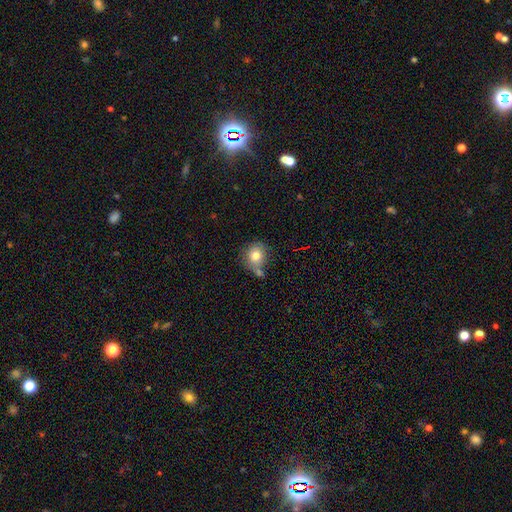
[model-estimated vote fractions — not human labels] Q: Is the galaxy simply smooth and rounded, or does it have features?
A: smooth — 78%.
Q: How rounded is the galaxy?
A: round — 84%.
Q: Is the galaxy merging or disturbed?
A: none — 58%.